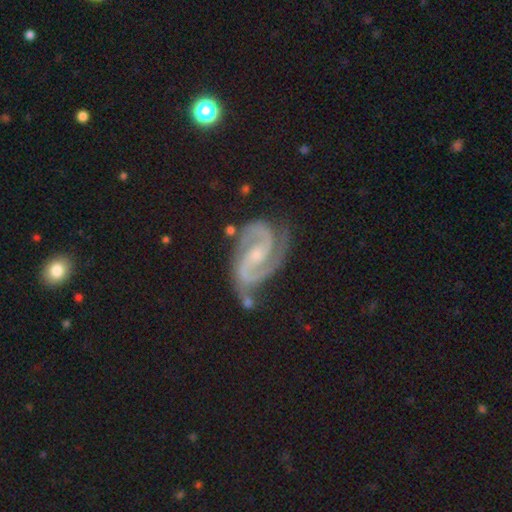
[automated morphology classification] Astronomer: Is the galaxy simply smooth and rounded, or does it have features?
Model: featured or disk — 91%.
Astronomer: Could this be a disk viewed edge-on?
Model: no — 98%.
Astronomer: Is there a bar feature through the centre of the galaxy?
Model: weak — 44% (runner-up: no, 35%).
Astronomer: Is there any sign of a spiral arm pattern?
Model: yes — 99%.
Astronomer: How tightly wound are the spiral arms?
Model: medium — 53% (runner-up: tight, 38%).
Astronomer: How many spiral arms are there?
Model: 2 — 92%.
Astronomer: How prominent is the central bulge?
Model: small — 61%.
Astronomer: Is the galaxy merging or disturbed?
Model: none — 65%.